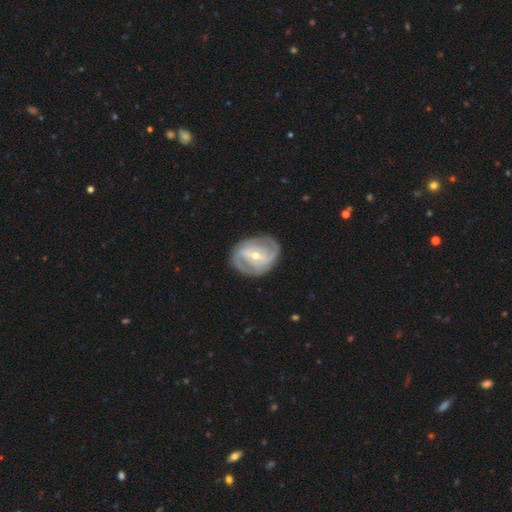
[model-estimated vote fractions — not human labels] This appears to be a featured or disk galaxy (86%) with a weak bar (41%), 2 (57%) tight (51%) spiral arms (93%) and a moderate central bulge (49%). Merging: none (79%).